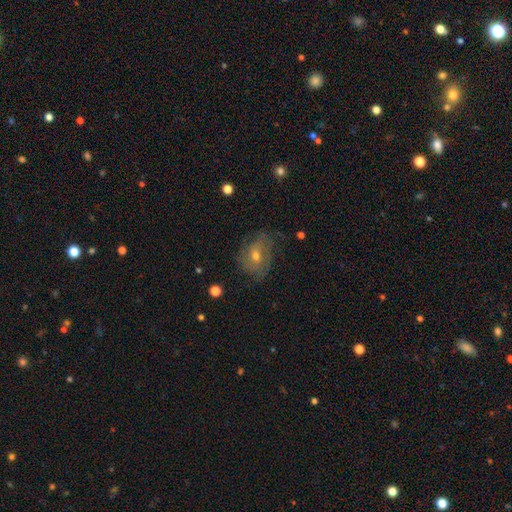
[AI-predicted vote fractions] Morphology: type=featured or disk (59%); edge-on=no (95%); bar=no (69%); spiral arms=yes (75%); bulge=small (48%, tied with moderate); merging=none (63%).